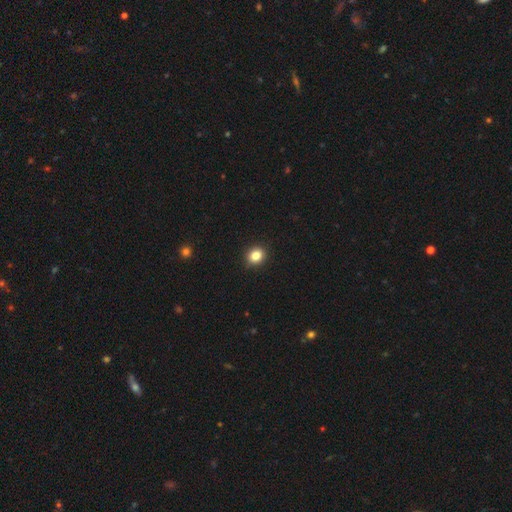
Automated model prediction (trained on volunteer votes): smooth_or_featured: smooth (p=0.84) [alt: star or artifact p=0.11]
how_rounded: round (p=0.79) [alt: in between p=0.20]
merging: none (p=0.91) [alt: minor disturbance p=0.06]